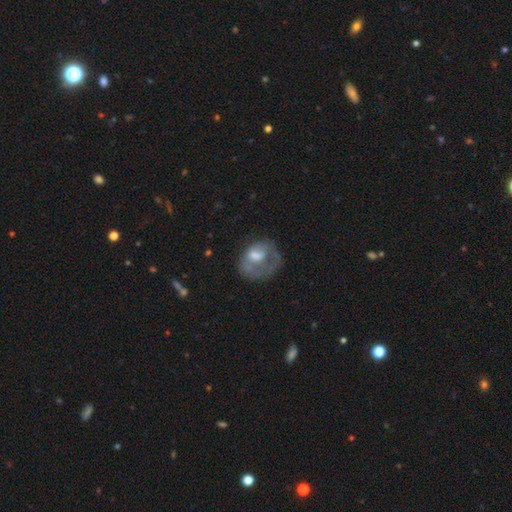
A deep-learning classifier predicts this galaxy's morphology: Smooth or featured? Predicted: smooth (p=0.47). Merging? Predicted: major disturbance (p=0.40).